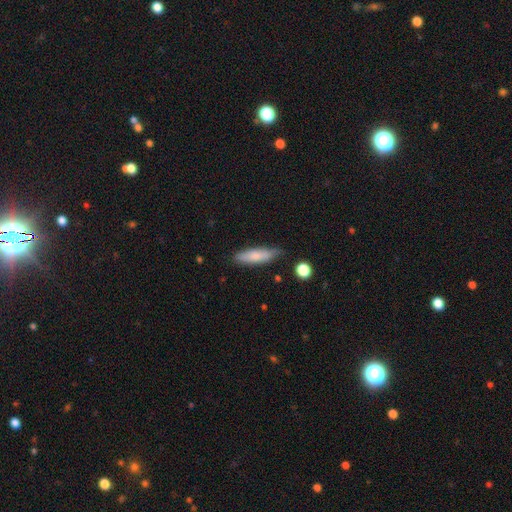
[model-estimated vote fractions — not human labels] Smooth or featured? smooth (76%)
How rounded? cigar-shaped (65%)
Merging? none (74%)